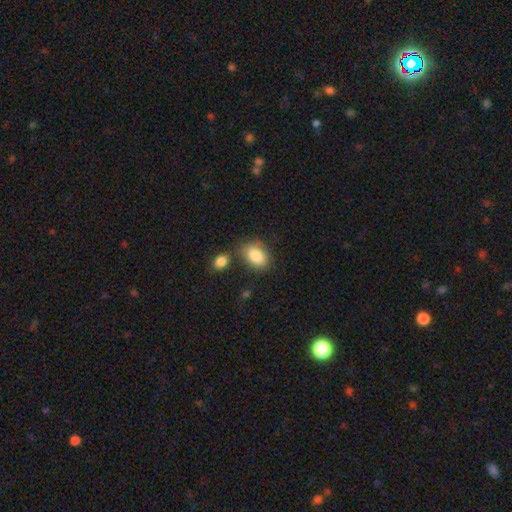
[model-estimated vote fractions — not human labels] Smooth or featured? Predicted: smooth (p=0.85). How rounded? Predicted: in between (p=0.86). Merging? Predicted: none (p=0.67).